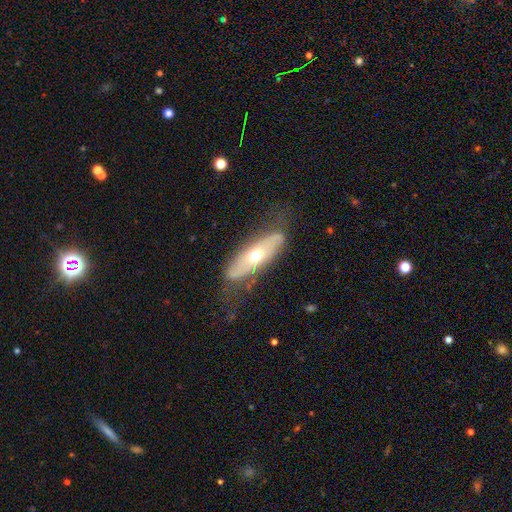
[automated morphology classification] Smooth or featured: featured or disk — 63% (smooth — 30%)
Edge-on disk: no — 70% (yes — 30%)
Merging: none — 60% (minor disturbance — 25%)